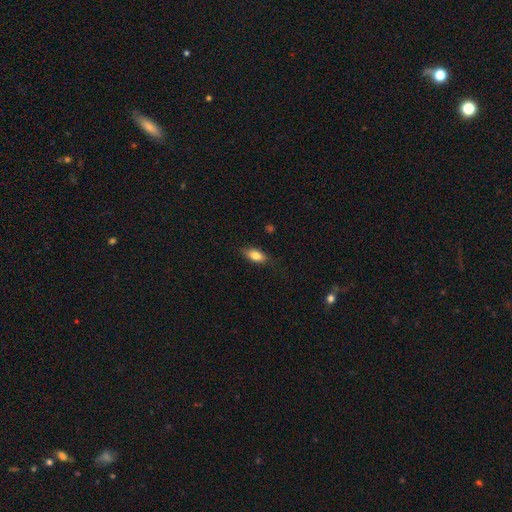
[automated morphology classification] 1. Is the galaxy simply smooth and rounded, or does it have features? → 79% smooth, 13% featured or disk, 7% star or artifact.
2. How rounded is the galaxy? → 84% in between, 11% cigar-shaped, 4% round.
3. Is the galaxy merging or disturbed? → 81% none, 15% minor disturbance, 3% major disturbance, 1% merger.